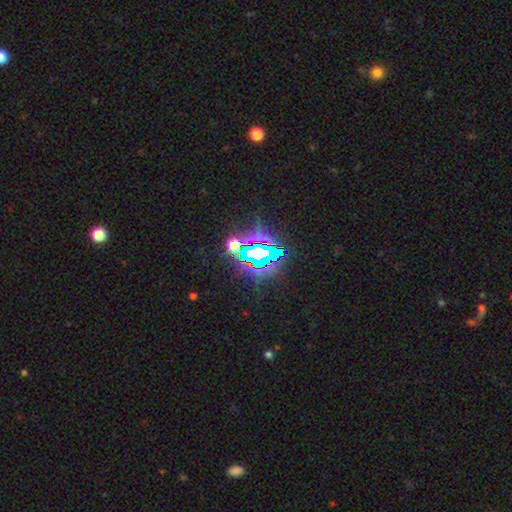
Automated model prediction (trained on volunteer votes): Smooth or featured? Predicted: star or artifact (p=0.76).